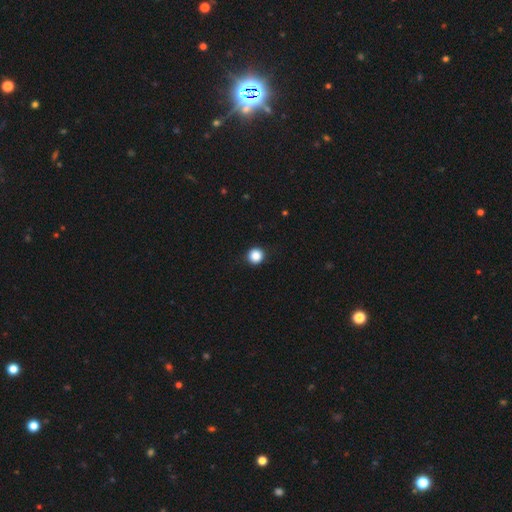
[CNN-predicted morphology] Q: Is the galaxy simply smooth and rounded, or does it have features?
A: smooth — 88%.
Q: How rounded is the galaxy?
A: round — 95%.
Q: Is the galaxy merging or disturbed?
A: none — 92%.